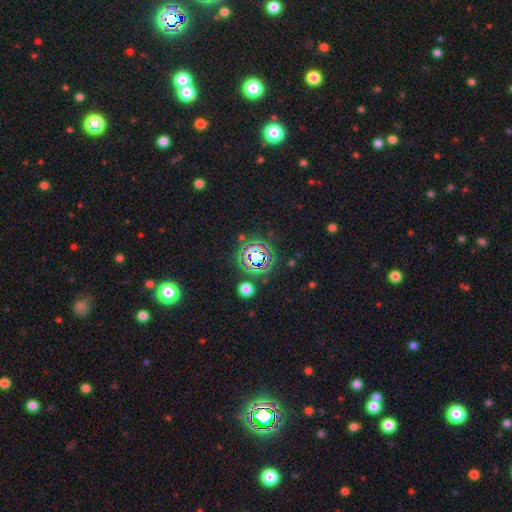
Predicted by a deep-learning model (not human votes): Q: Smooth or featured?
A: star or artifact (68%); runner-up: smooth (22%)